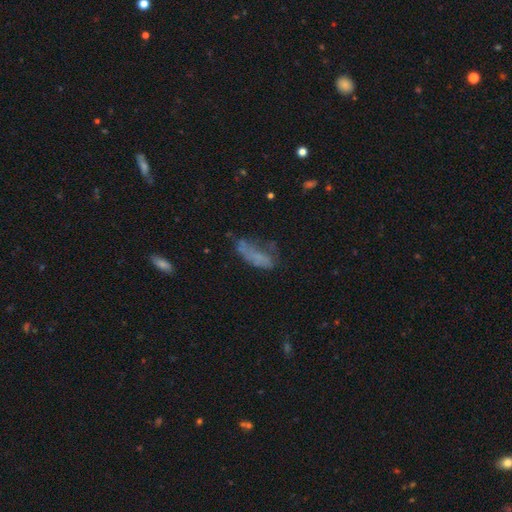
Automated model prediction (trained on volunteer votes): Q: Smooth or featured?
A: smooth (56%); runner-up: featured or disk (29%)
Q: How rounded?
A: in between (70%); runner-up: cigar-shaped (27%)
Q: Merging?
A: none (34%); runner-up: major disturbance (31%)